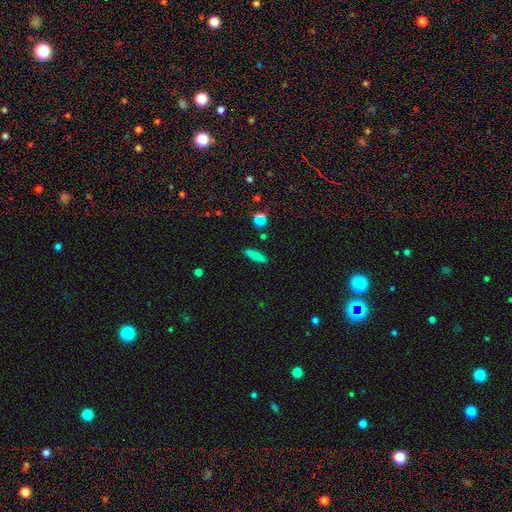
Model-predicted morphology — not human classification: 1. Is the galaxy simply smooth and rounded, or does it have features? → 81% smooth, 10% star or artifact, 9% featured or disk.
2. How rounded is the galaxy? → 79% cigar-shaped, 18% in between, 2% round.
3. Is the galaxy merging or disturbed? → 87% none, 9% minor disturbance, 2% major disturbance, 2% merger.